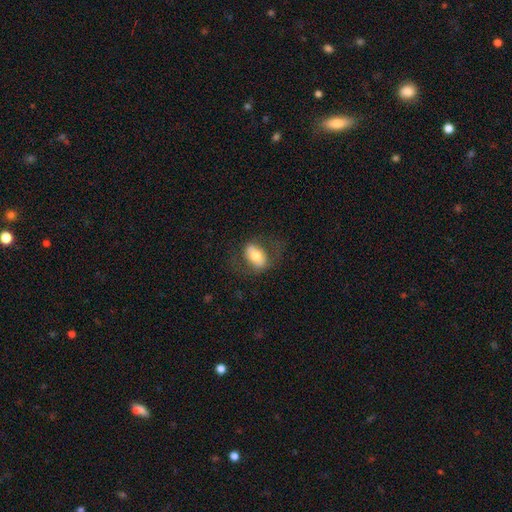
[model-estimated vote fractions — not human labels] Overall: smooth (60%; featured or disk 33%). How rounded: in between (83%). Merging: none (67%).